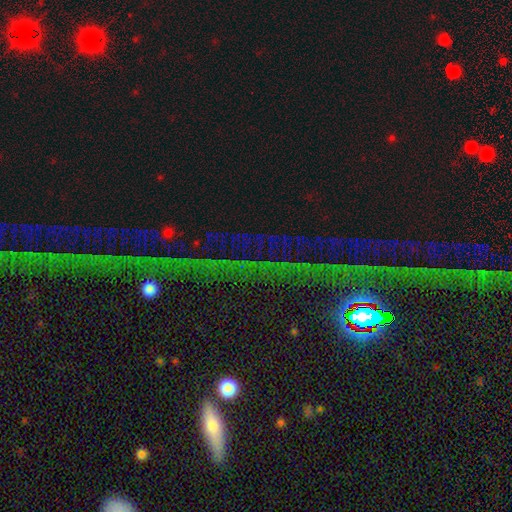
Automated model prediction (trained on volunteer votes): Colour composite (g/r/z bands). It shows a star or artifact, not a galaxy (78%).